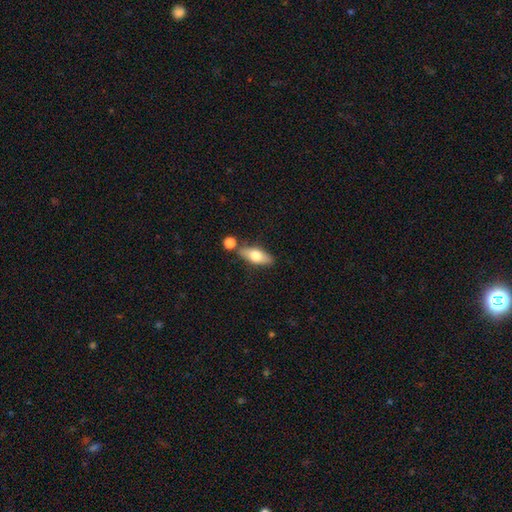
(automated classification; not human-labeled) A smooth galaxy with no disk features (61%) that is in between round and cigar-shaped (68%).

Vote fractions:
- Smooth or featured? smooth: 61% / featured or disk: 32% / star or artifact: 6%
- How rounded? in between: 68% / cigar-shaped: 27% / round: 4%
- Merging? none: 71% / merger: 13% / minor disturbance: 12% / major disturbance: 3%